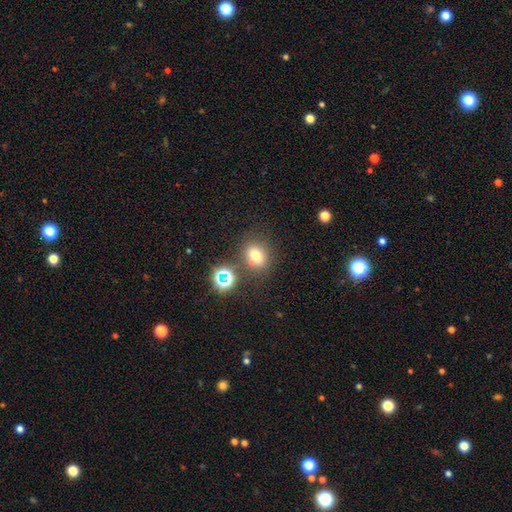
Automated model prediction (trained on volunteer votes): Overall: smooth (69%). How rounded: round (51%; in between 48%). Merging: none (66%).